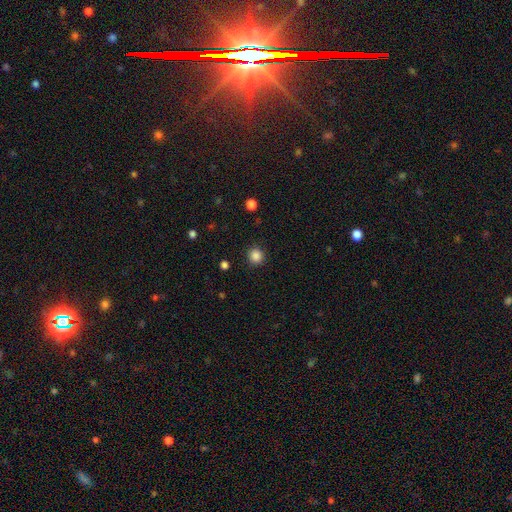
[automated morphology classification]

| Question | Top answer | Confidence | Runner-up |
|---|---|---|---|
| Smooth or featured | smooth | 86% | star or artifact (11%) |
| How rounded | round | 91% | in between (8%) |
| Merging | none | 90% | minor disturbance (6%) |